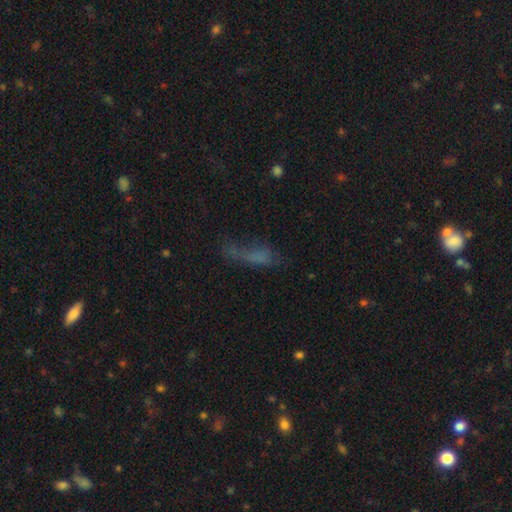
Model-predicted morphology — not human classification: Smooth or featured?
  - smooth: 55% *
  - featured or disk: 25%
  - star or artifact: 20%
How rounded?
  - cigar-shaped: 54% *
  - in between: 41%
  - round: 5%
Merging?
  - none: 40% *
  - major disturbance: 31%
  - minor disturbance: 24%
  - merger: 5%